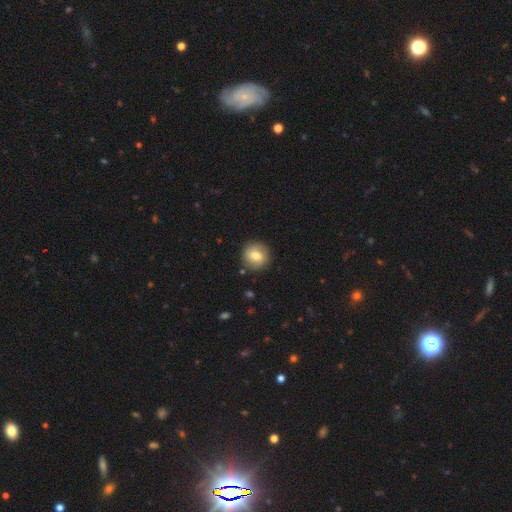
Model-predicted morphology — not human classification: Smooth or featured?
  - smooth: 74% *
  - featured or disk: 18%
  - star or artifact: 9%
How rounded?
  - round: 92% *
  - in between: 7%
  - cigar-shaped: 1%
Merging?
  - none: 88% *
  - minor disturbance: 8%
  - major disturbance: 2%
  - merger: 2%